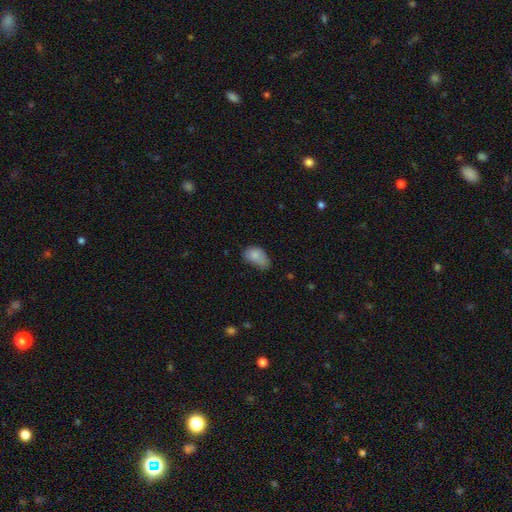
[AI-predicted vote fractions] smooth 82%, featured or disk 9%, star or artifact 9%. Down the decision tree: how rounded — in between (89%); merging — minor disturbance (44%).